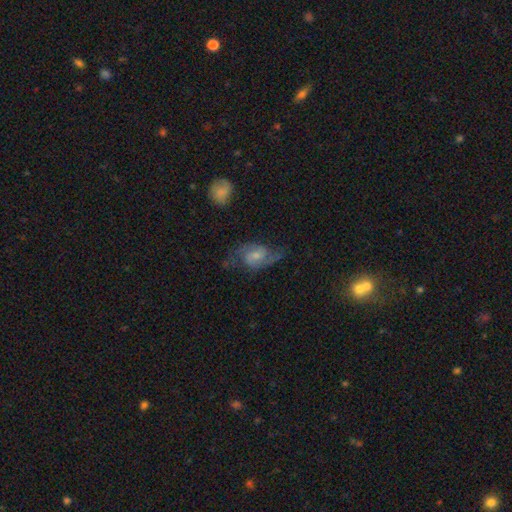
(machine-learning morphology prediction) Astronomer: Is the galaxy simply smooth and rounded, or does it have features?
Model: featured or disk — 74%.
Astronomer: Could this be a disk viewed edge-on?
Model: no — 96%.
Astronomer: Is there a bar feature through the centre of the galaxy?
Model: weak — 50% (runner-up: no, 41%).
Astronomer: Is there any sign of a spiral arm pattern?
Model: yes — 92%.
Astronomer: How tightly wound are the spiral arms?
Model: medium — 48% (runner-up: loose, 37%).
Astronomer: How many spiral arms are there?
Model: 2 — 86%.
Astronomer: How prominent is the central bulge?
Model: small — 49% (runner-up: moderate, 37%).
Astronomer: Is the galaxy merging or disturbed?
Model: none — 58%.